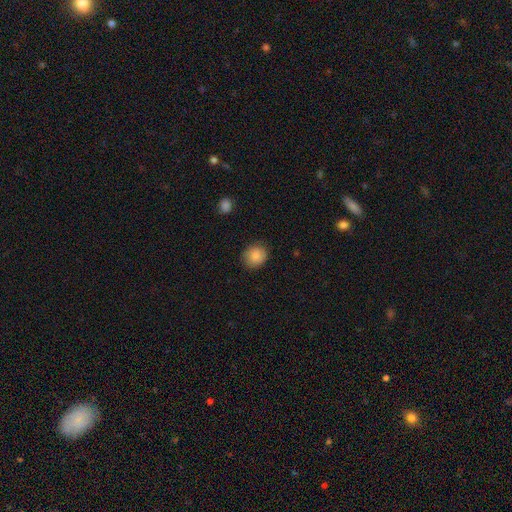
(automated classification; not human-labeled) The model was most divided on "how rounded": round: 74%, in between: 25%, cigar-shaped: 1%. More confident: smooth or featured — smooth (86%); merging — none (84%).